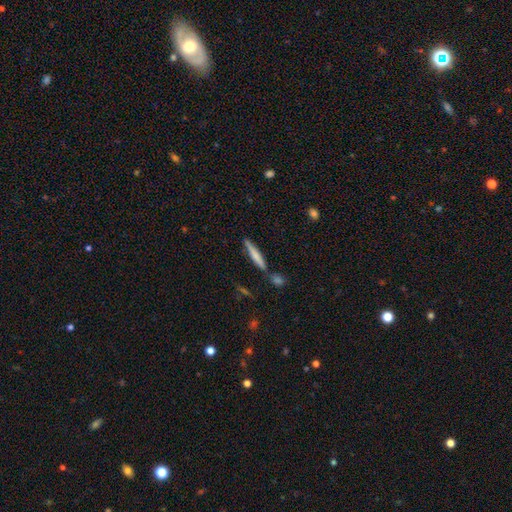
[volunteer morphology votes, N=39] type=smooth (72%); roundness=cigar-shaped (96%); merging=none (66%).